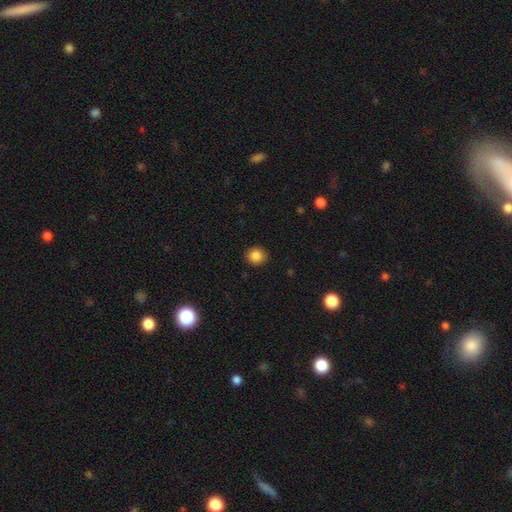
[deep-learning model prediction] smooth-or-featured: smooth: 85% | star or artifact: 10% | featured or disk: 4%
  how-rounded: round: 84% | in between: 15% | cigar-shaped: 1%
  merging: none: 91% | minor disturbance: 7% | major disturbance: 2% | merger: 1%